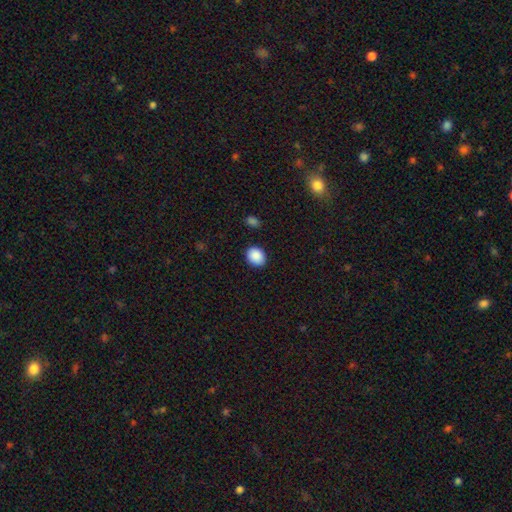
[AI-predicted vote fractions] smooth-or-featured: smooth: 89% | star or artifact: 8% | featured or disk: 3%
  how-rounded: round: 52% | in between: 47% | cigar-shaped: 1%
  merging: none: 87% | minor disturbance: 10% | major disturbance: 2% | merger: 2%